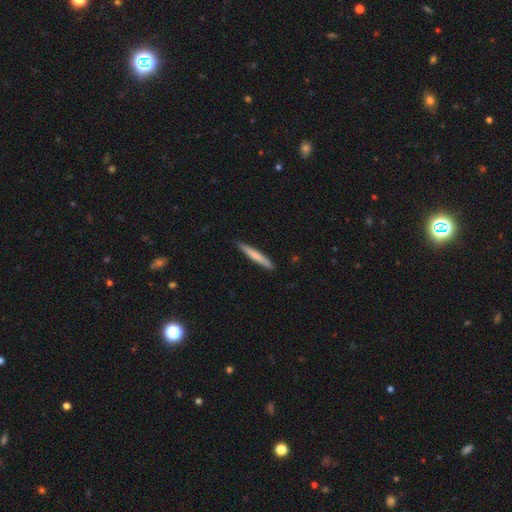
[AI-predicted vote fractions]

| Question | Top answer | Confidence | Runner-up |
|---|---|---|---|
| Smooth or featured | smooth | 69% | featured or disk (25%) |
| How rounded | cigar-shaped | 96% | in between (3%) |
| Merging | none | 90% | minor disturbance (8%) |